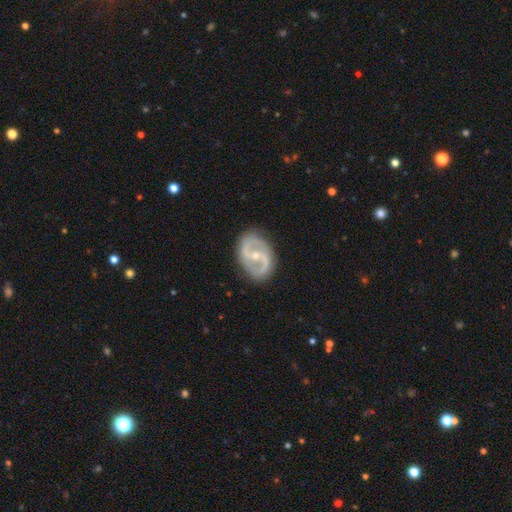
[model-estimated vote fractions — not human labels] Smooth or featured? featured or disk (87%)
Edge-on disk? no (97%)
Bar? weak (40%)
Spiral arms? yes (88%)
Spiral winding? medium (52%)
Spiral arm count? 2 (90%)
Bulge size? small (60%)
Merging? none (83%)